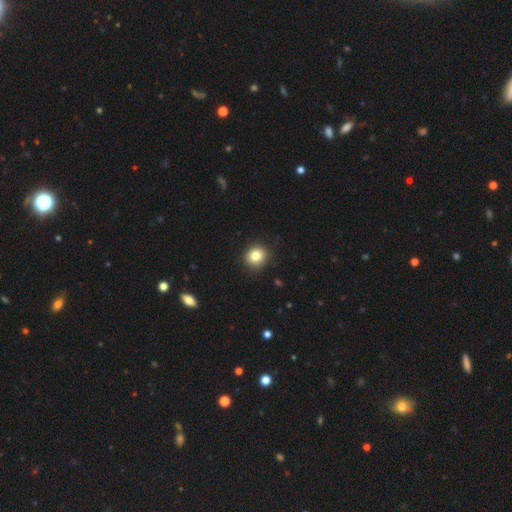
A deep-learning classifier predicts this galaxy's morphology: Smooth or featured? Predicted: smooth (p=0.83). How rounded? Predicted: round (p=0.85). Merging? Predicted: none (p=0.90).